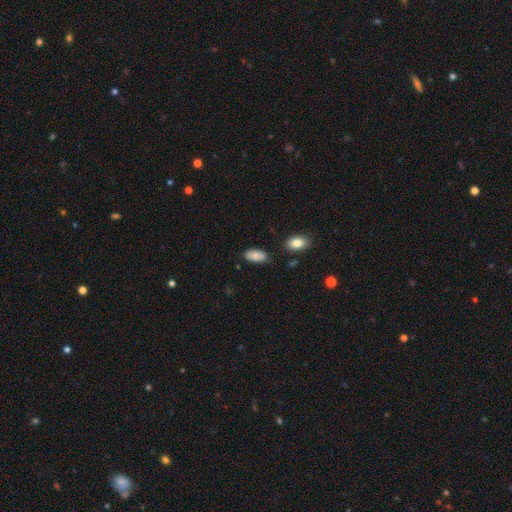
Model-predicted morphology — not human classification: Overall: smooth (81%). How rounded: in between (93%). Merging: none (73%).